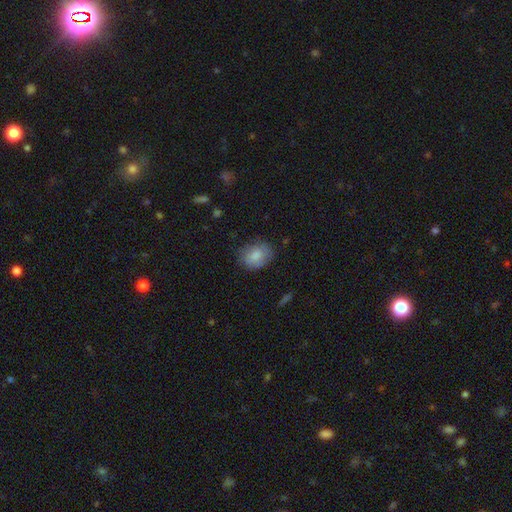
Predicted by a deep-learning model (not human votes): smooth 81%, featured or disk 11%, star or artifact 7%. Down the decision tree: how rounded — in between (64%); merging — none (73%).